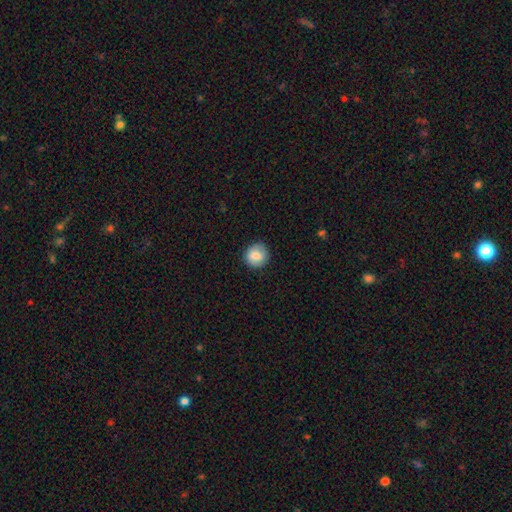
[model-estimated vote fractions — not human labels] Smooth or featured? Predicted: smooth (p=0.81). How rounded? Predicted: round (p=0.88). Merging? Predicted: none (p=0.85).